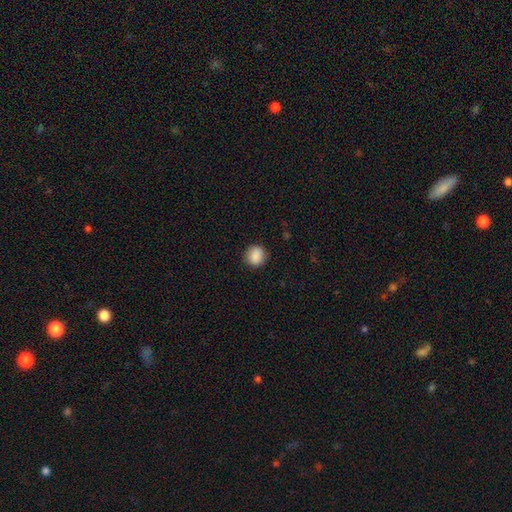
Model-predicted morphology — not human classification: The model was most divided on "how rounded": round: 81%, in between: 18%, cigar-shaped: 1%. More confident: smooth or featured — smooth (88%); merging — none (87%).